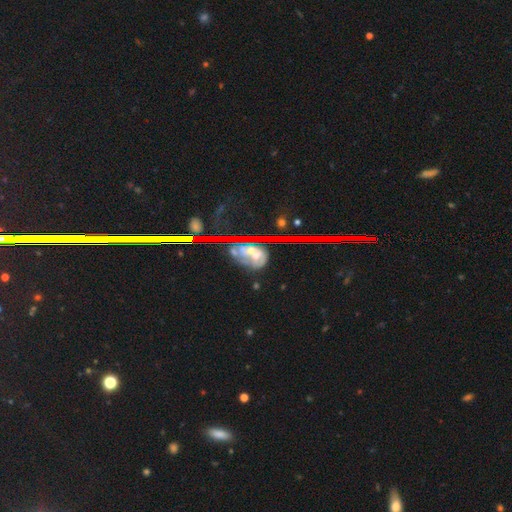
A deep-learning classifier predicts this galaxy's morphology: Smooth or featured: featured or disk — 47% (star or artifact — 27%)
Merging: none — 46% (minor disturbance — 21%)